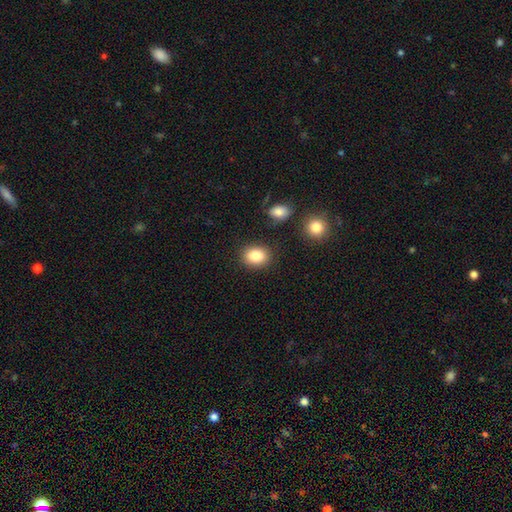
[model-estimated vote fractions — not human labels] smooth-or-featured: smooth: 86% | star or artifact: 8% | featured or disk: 6%
  how-rounded: in between: 57% | round: 41% | cigar-shaped: 1%
  merging: none: 84% | minor disturbance: 10% | merger: 3% | major disturbance: 3%